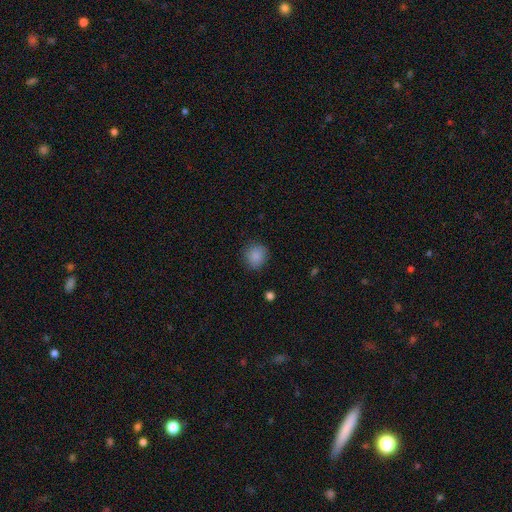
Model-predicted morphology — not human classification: type=smooth (86%); roundness=round (85%); merging=none (85%).